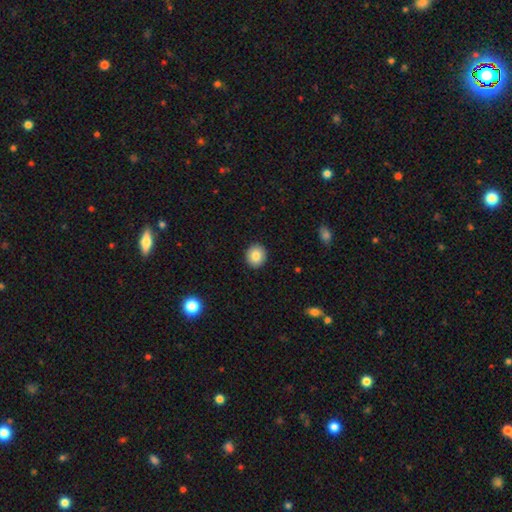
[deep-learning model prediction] Smooth or featured?
  - smooth: 83% *
  - star or artifact: 9%
  - featured or disk: 8%
How rounded?
  - round: 84% *
  - in between: 15%
  - cigar-shaped: 1%
Merging?
  - none: 92% *
  - minor disturbance: 5%
  - major disturbance: 2%
  - merger: 1%